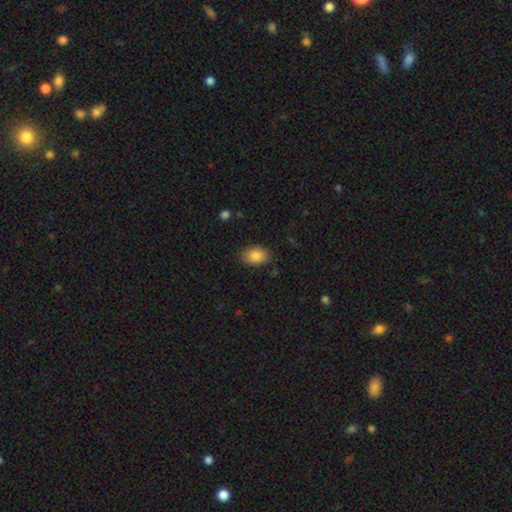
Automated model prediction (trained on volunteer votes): This is clearly a smooth galaxy (87%). How rounded: clearly in between (81%). Merging: clearly none (85%).